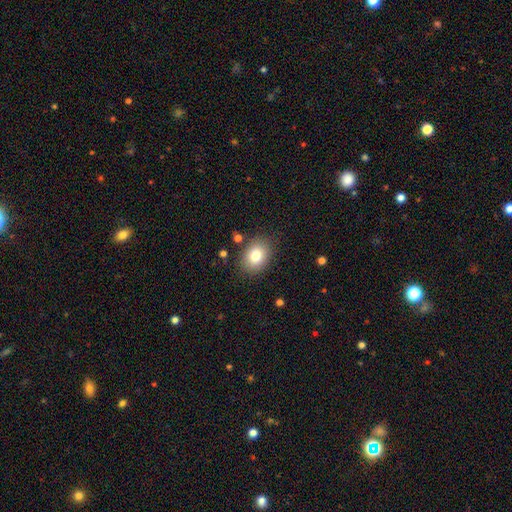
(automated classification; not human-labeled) This appears to be a smooth galaxy with no disk features (80%) that is in between round and cigar-shaped (62%). Merging: none (84%).